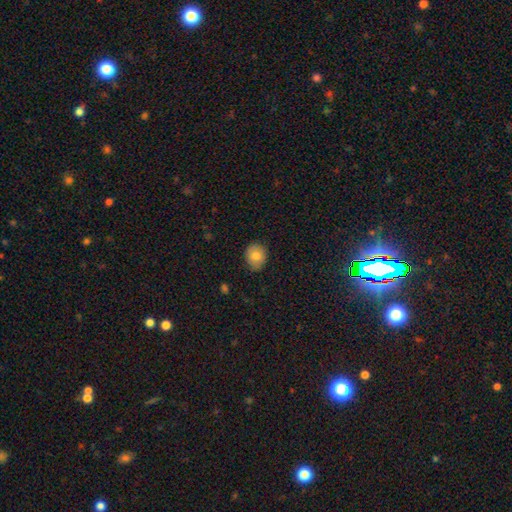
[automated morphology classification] Smooth or featured?
  - smooth: 81% *
  - featured or disk: 11%
  - star or artifact: 8%
How rounded?
  - round: 58% *
  - in between: 41%
  - cigar-shaped: 1%
Merging?
  - none: 83% *
  - minor disturbance: 13%
  - major disturbance: 2%
  - merger: 1%